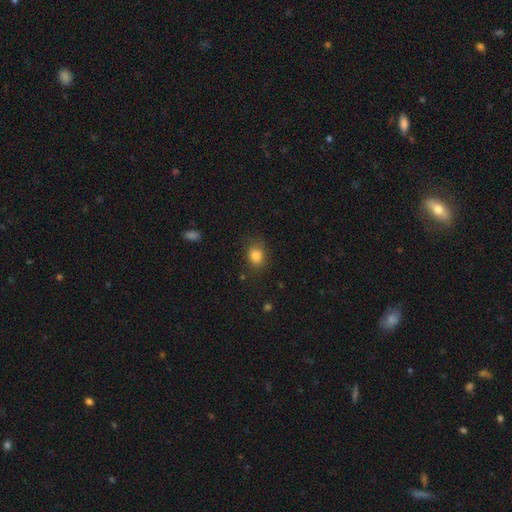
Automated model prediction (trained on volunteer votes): Smooth or featured? smooth (84%)
How rounded? in between (50%)
Merging? none (78%)